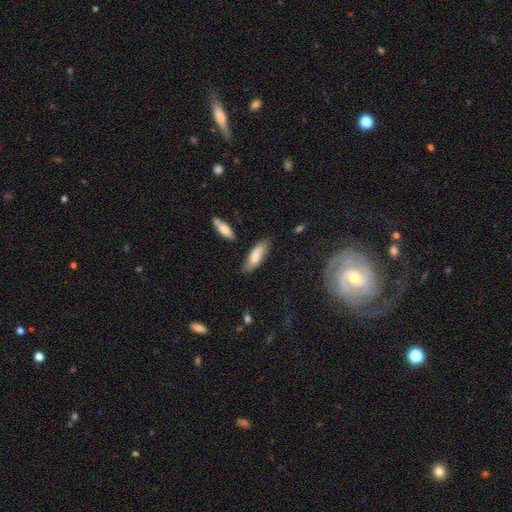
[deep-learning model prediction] A smooth galaxy with no disk features (75%) that is in between round and cigar-shaped (69%).

Vote fractions:
- Smooth or featured? smooth: 75% / featured or disk: 18% / star or artifact: 7%
- How rounded? in between: 69% / cigar-shaped: 29% / round: 2%
- Merging? none: 70% / minor disturbance: 22% / major disturbance: 4% / merger: 4%